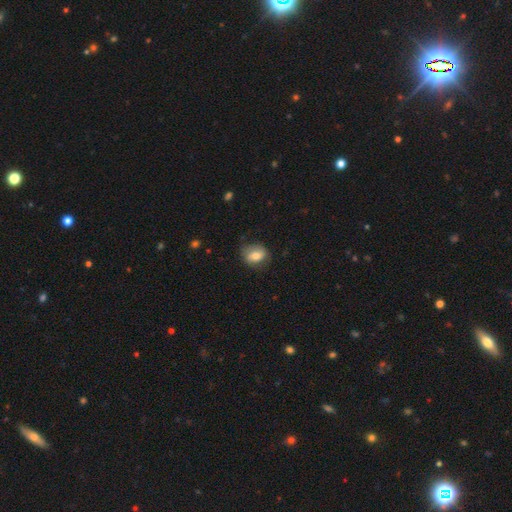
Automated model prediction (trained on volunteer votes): Smooth or featured?
  - smooth: 71% *
  - featured or disk: 21%
  - star or artifact: 8%
How rounded?
  - in between: 58% *
  - round: 41%
  - cigar-shaped: 2%
Merging?
  - none: 71% *
  - minor disturbance: 21%
  - major disturbance: 6%
  - merger: 1%